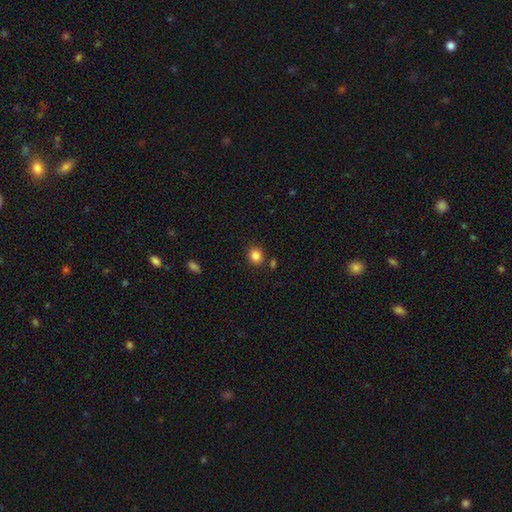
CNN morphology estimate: This appears to be a smooth galaxy with no disk features (85%) that is round (81%). Merging: none (85%).